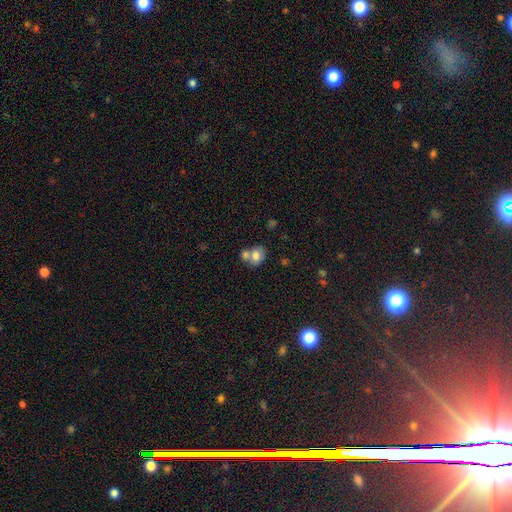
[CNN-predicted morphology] Smooth or featured: smooth — 75% (featured or disk — 16%)
How rounded: in between — 50% (round — 49%)
Merging: merger — 52% (none — 33%)